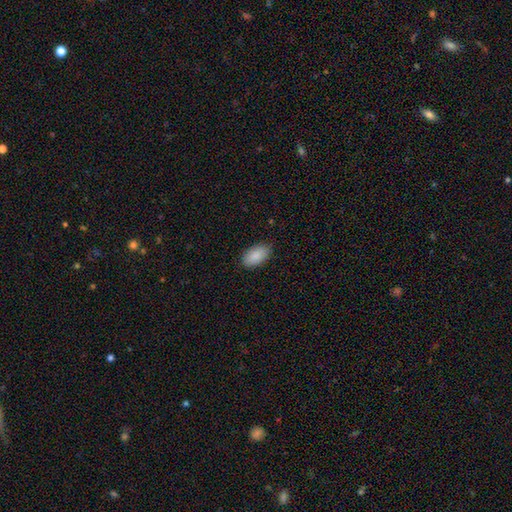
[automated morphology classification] Smooth or featured? Predicted: smooth (p=0.90). How rounded? Predicted: in between (p=0.95). Merging? Predicted: none (p=0.85).